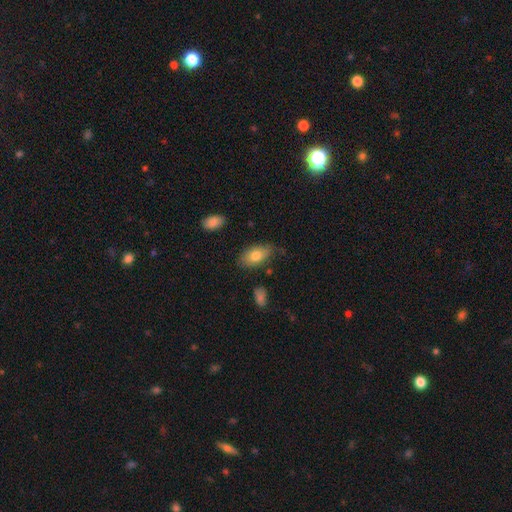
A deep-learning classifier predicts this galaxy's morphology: This is likely a smooth galaxy (76%). How rounded: clearly in between (92%). Merging: likely none (69%).